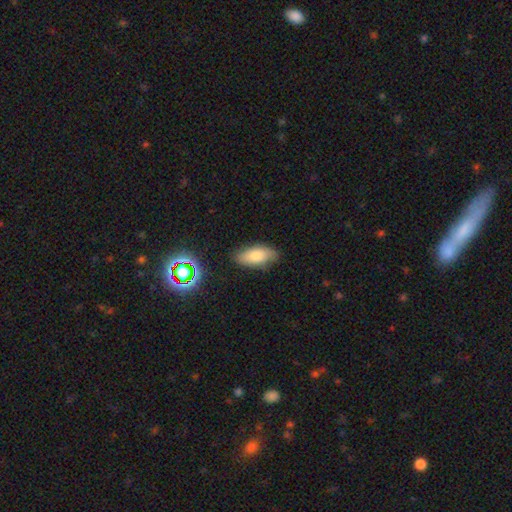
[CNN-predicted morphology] smooth-or-featured: smooth: 78% | featured or disk: 12% | star or artifact: 9%
  how-rounded: in between: 87% | cigar-shaped: 10% | round: 3%
  merging: none: 80% | minor disturbance: 15% | major disturbance: 3% | merger: 2%